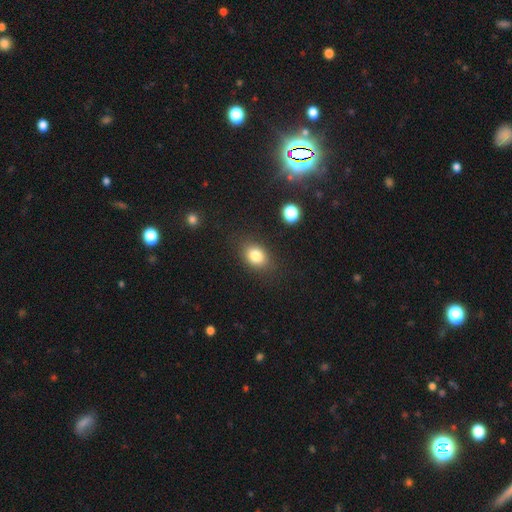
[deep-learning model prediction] Smooth or featured? Predicted: smooth (p=0.82). How rounded? Predicted: in between (p=0.67). Merging? Predicted: none (p=0.82).